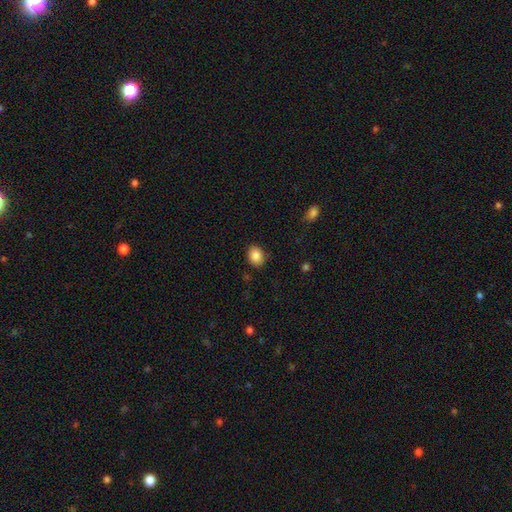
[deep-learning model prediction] smooth 86%, star or artifact 8%, featured or disk 6%. Down the decision tree: how rounded — in between (60%); merging — none (86%).